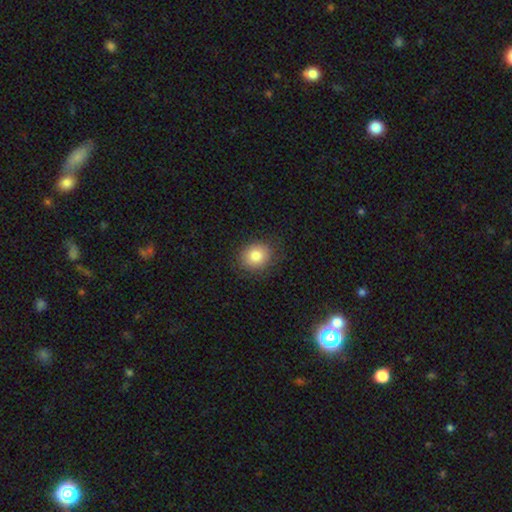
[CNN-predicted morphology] A smooth galaxy with no disk features (82%) that is round (65%). Merging: none (85%).